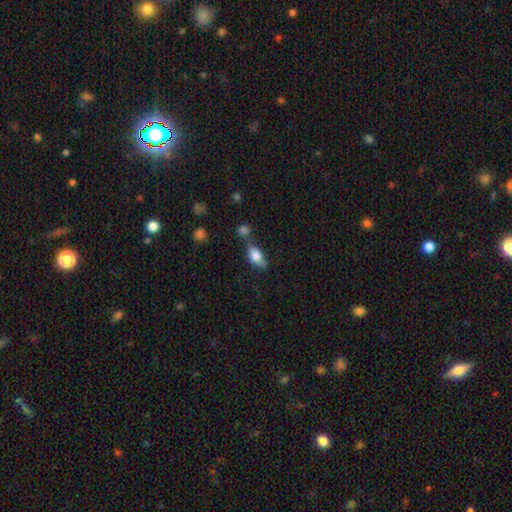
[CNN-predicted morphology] Overall: smooth (72%). How rounded: in between (83%). Merging: none (53%; minor disturbance 25%).